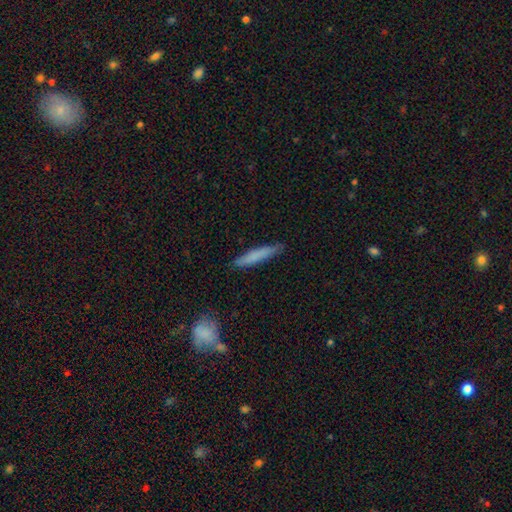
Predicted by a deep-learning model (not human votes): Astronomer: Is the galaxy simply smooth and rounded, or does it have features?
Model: smooth — 73%.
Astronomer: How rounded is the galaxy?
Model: cigar-shaped — 93%.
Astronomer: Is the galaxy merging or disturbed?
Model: none — 83%.